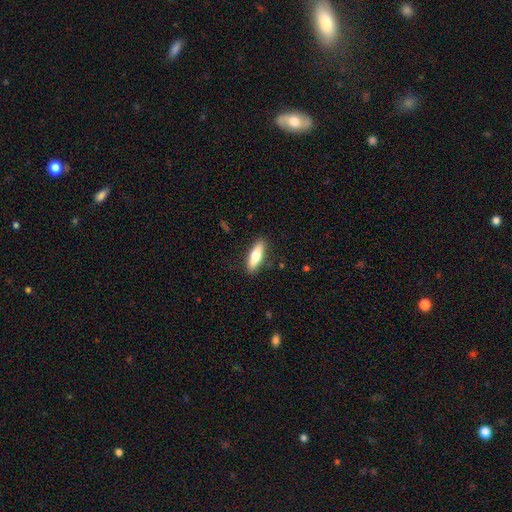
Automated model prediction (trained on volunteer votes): smooth-or-featured: smooth: 68% | featured or disk: 27% | star or artifact: 6%
  how-rounded: cigar-shaped: 51% | in between: 47% | round: 2%
  merging: none: 88% | minor disturbance: 9% | major disturbance: 2% | merger: 1%